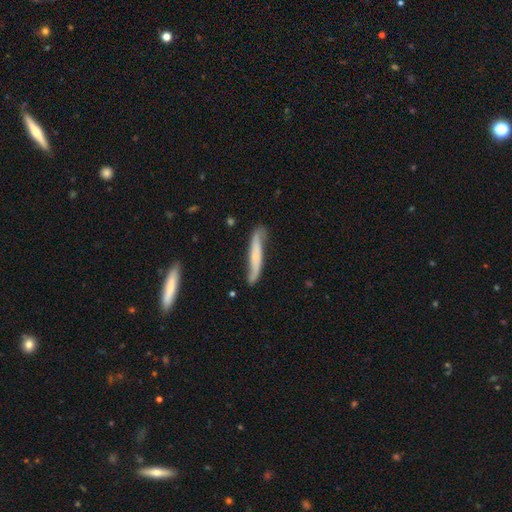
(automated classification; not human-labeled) Smooth or featured? featured or disk (56%)
Edge-on disk? yes (56%)
Merging? none (70%)